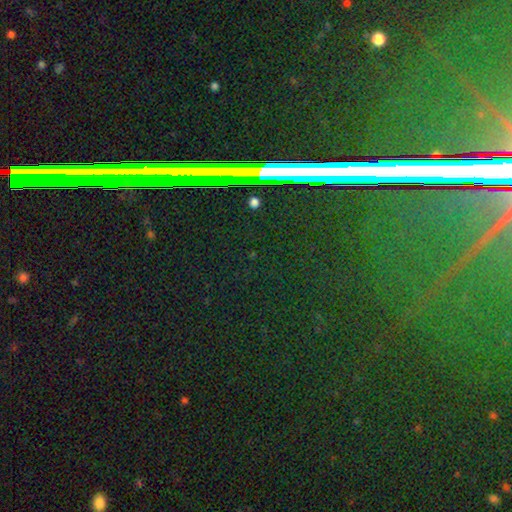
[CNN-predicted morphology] The model was most divided on "smooth or featured": star or artifact: 83%, featured or disk: 9%, smooth: 8%.